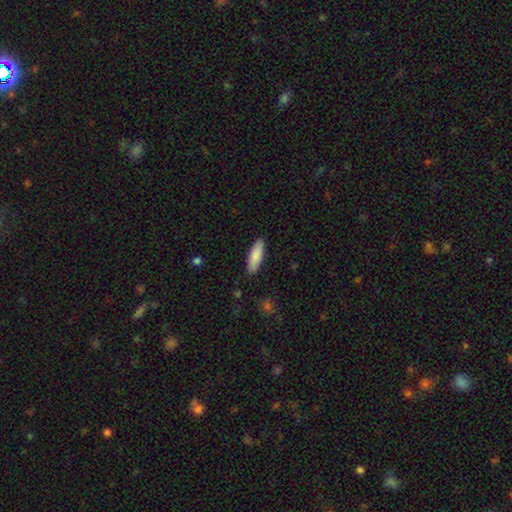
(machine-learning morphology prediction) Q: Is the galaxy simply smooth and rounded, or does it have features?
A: smooth — 86%.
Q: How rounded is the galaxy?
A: in between — 51%.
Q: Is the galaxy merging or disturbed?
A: none — 89%.